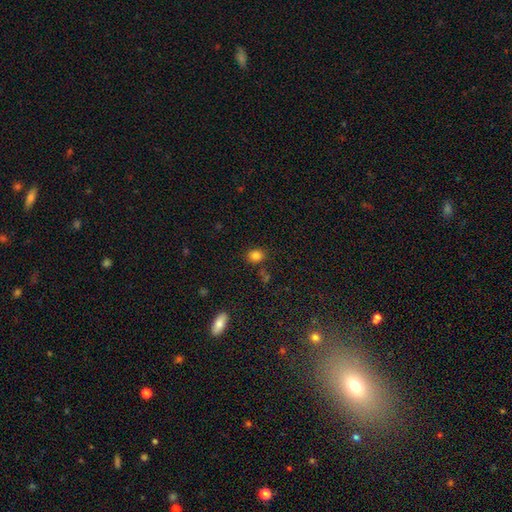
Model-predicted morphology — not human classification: This is clearly a smooth galaxy (82%). How rounded: possibly round (60%). Merging: likely none (78%).